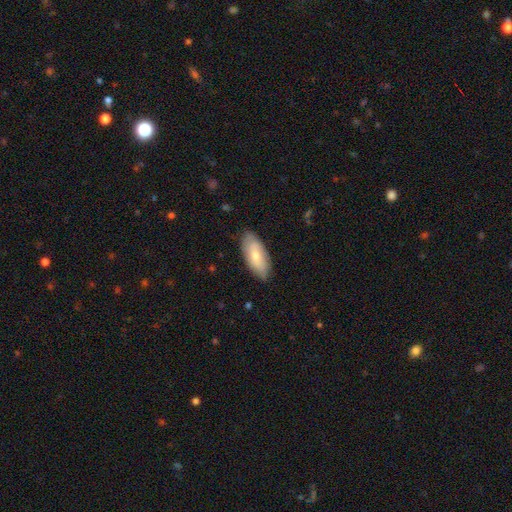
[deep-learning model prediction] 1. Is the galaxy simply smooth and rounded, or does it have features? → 70% smooth, 24% featured or disk, 5% star or artifact.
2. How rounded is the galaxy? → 88% in between, 10% cigar-shaped, 2% round.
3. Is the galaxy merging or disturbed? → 82% none, 14% minor disturbance, 3% major disturbance, 1% merger.